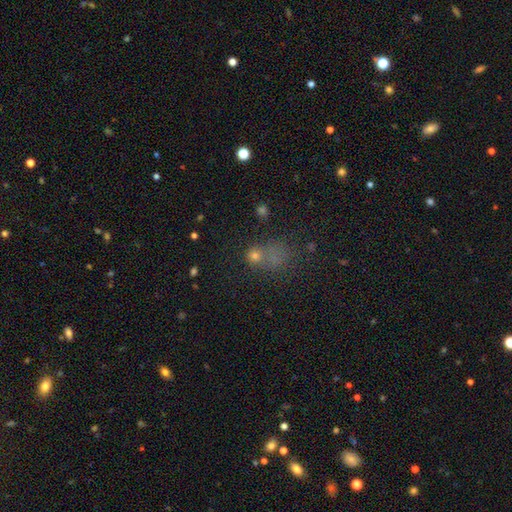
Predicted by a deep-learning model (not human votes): This is possibly a smooth galaxy (56%). How rounded: possibly round (60%). Merging: marginally none (41%).